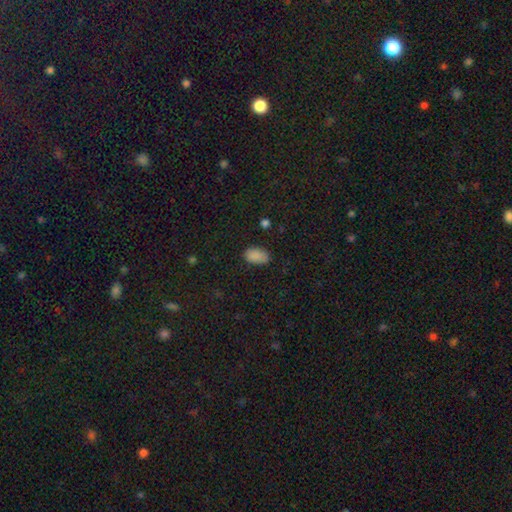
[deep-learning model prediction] smooth_or_featured: smooth (p=0.87) [alt: star or artifact p=0.10]
how_rounded: in between (p=0.93) [alt: round p=0.06]
merging: none (p=0.80) [alt: minor disturbance p=0.15]